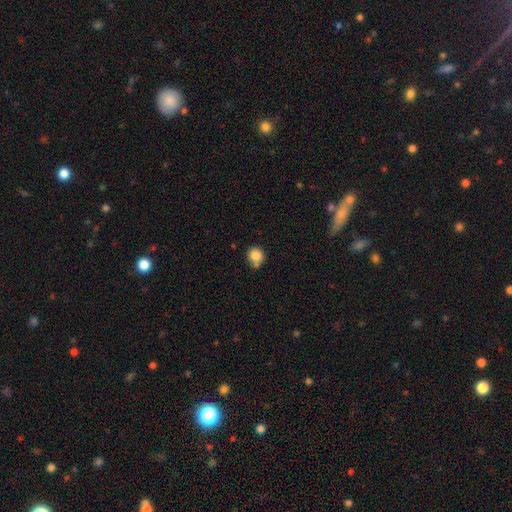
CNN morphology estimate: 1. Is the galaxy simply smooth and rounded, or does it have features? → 84% smooth, 10% star or artifact, 6% featured or disk.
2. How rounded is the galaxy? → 88% round, 11% in between, 1% cigar-shaped.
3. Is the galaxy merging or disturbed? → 59% none, 19% minor disturbance, 18% merger, 5% major disturbance.